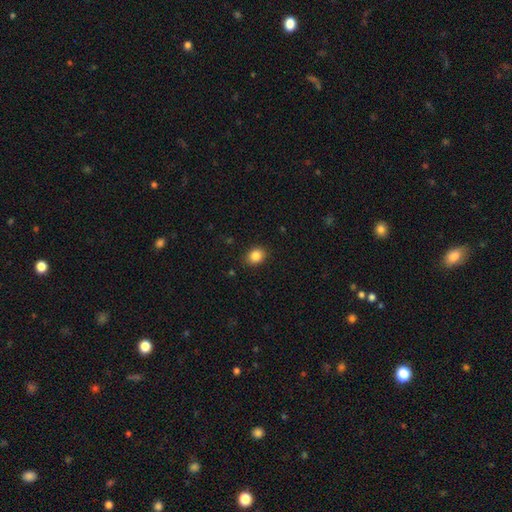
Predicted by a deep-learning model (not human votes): smooth 85%, star or artifact 10%, featured or disk 5%. Down the decision tree: how rounded — in between (51%); merging — none (87%).